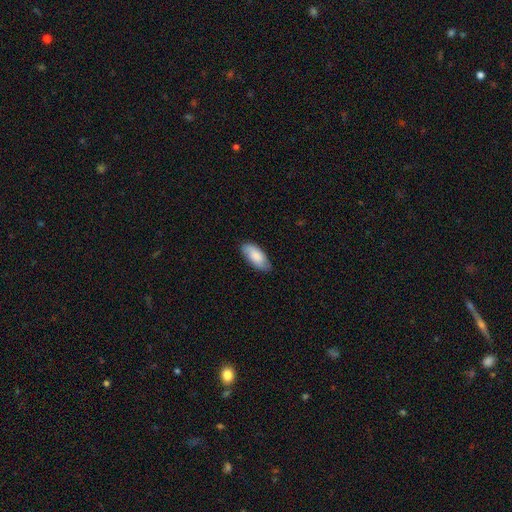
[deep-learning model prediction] This is likely a smooth galaxy (78%). How rounded: clearly in between (89%). Merging: likely none (80%).